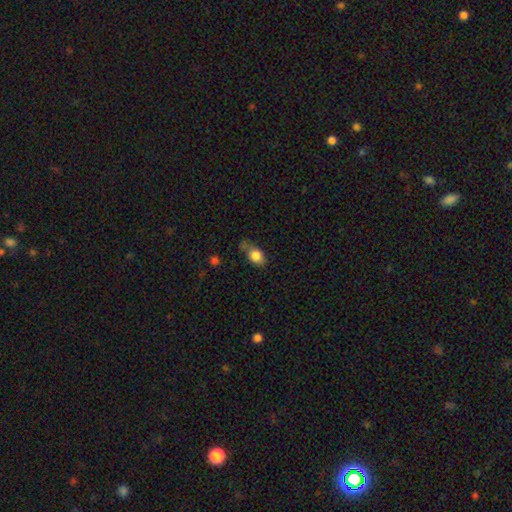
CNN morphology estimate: Q: Smooth or featured?
A: smooth (82%); runner-up: featured or disk (9%)
Q: How rounded?
A: in between (68%); runner-up: round (29%)
Q: Merging?
A: none (48%); runner-up: minor disturbance (33%)